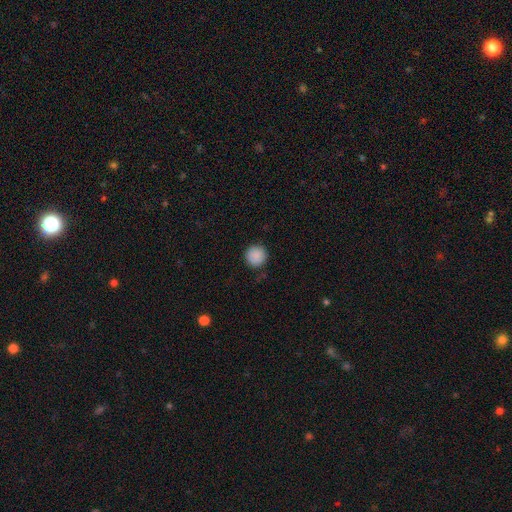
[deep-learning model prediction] Smooth or featured? Predicted: smooth (p=0.89). How rounded? Predicted: round (p=0.95). Merging? Predicted: none (p=0.89).